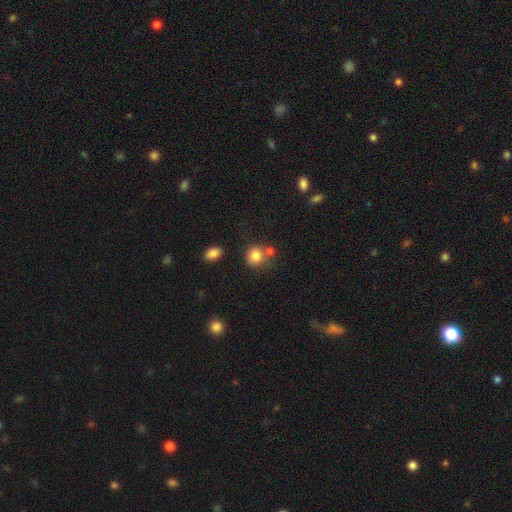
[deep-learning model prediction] A smooth galaxy with no disk features (82%) that is round (82%). Merging: none (61%).